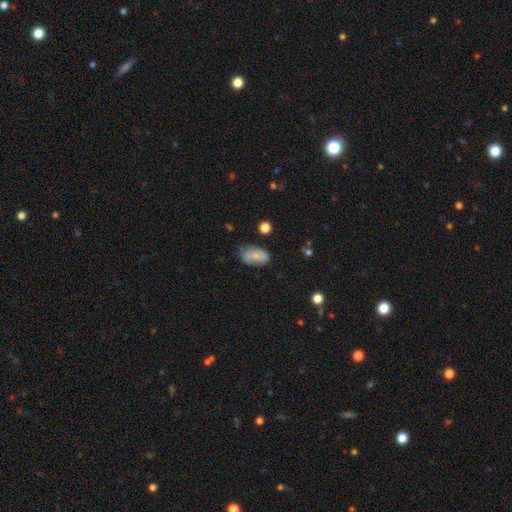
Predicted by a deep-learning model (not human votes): Smooth or featured?
  - smooth: 74% *
  - featured or disk: 18%
  - star or artifact: 8%
How rounded?
  - in between: 92% *
  - round: 6%
  - cigar-shaped: 2%
Merging?
  - none: 60% *
  - minor disturbance: 30%
  - major disturbance: 7%
  - merger: 3%